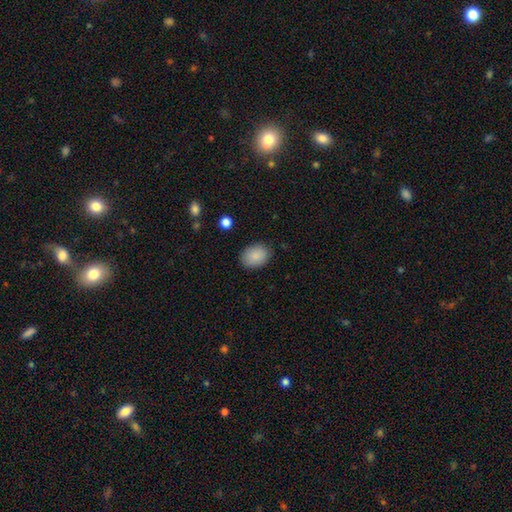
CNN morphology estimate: Smooth or featured? smooth (88%)
How rounded? in between (70%)
Merging? none (84%)